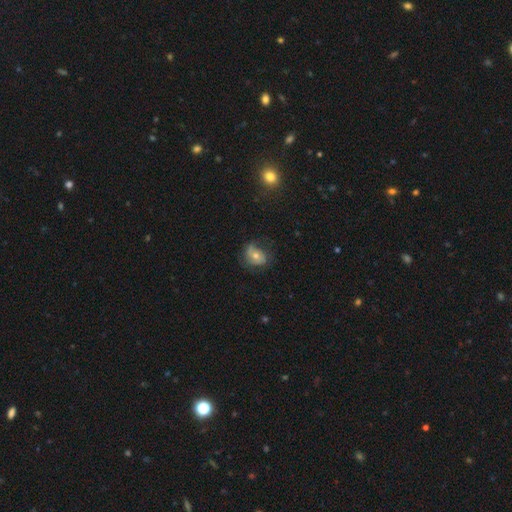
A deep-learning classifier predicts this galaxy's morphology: Smooth or featured? Predicted: featured or disk (p=0.51). Edge-on disk? Predicted: no (p=0.96). Merging? Predicted: none (p=0.53).